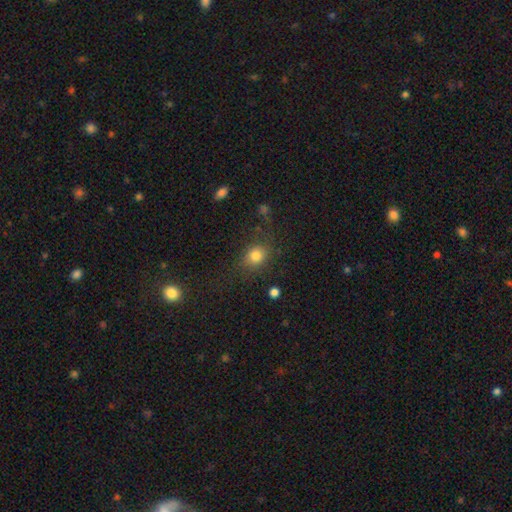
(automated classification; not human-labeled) Overall: smooth (79%). How rounded: round (61%; in between 37%). Merging: none (74%).